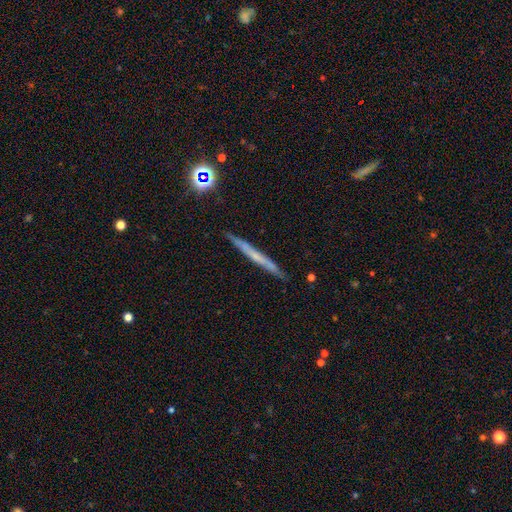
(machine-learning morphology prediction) type=featured or disk (51%); edge-on=yes (96%); merging=none (89%).